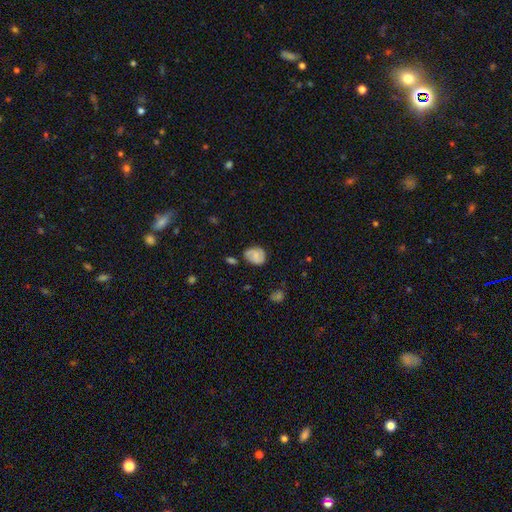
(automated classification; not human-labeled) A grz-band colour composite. It shows a smooth galaxy with no disk features (47%). Merging: none (66%).